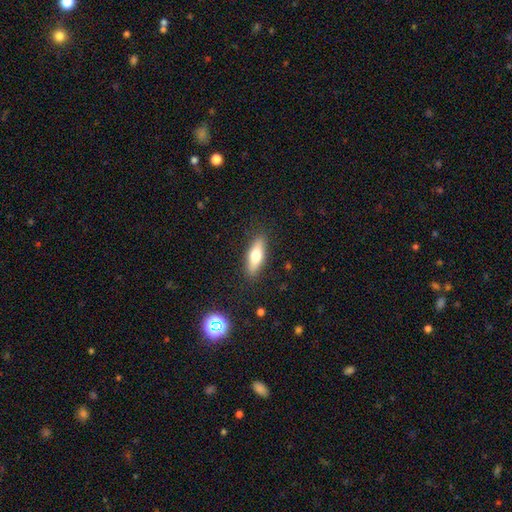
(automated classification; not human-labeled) The model was most divided on "how rounded": in between: 53%, cigar-shaped: 44%, round: 3%. More confident: merging — none (87%); smooth or featured — smooth (64%).